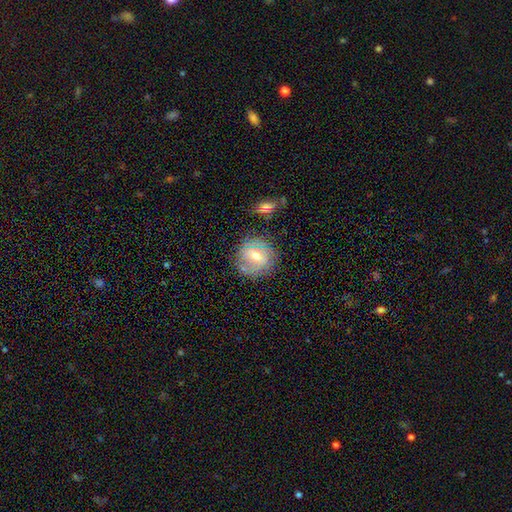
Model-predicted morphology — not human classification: Overall: smooth (47%; featured or disk 44%). Merging: none (74%).